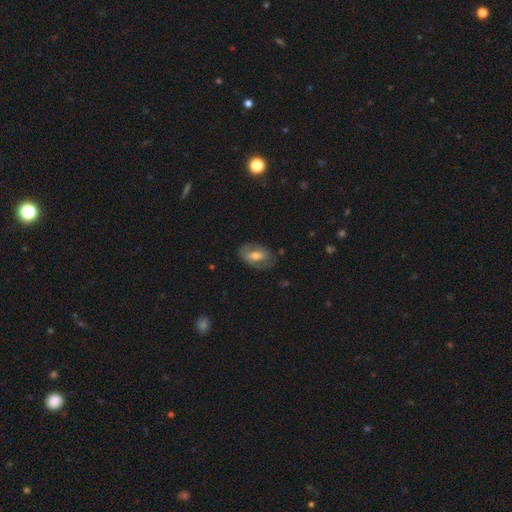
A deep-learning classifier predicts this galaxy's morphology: Smooth or featured?
  - smooth: 50% *
  - featured or disk: 43%
  - star or artifact: 7%
Merging?
  - none: 73% *
  - minor disturbance: 18%
  - major disturbance: 7%
  - merger: 1%